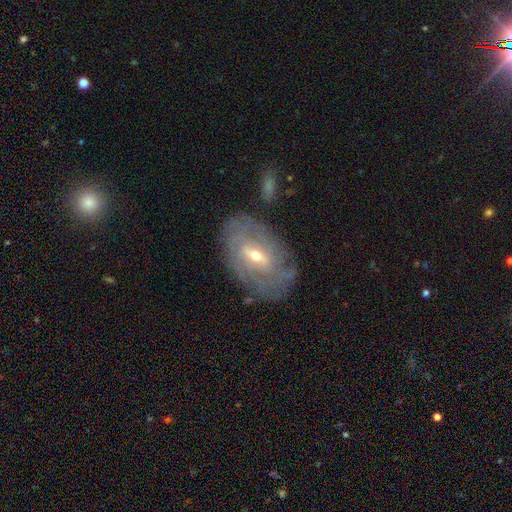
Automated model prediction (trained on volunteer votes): Smooth or featured: featured or disk — 84% (smooth — 10%)
Edge-on disk: no — 94% (yes — 6%)
Bar: weak — 53% (strong — 29%)
Spiral arms: yes — 90% (no — 10%)
Spiral winding: tight — 72% (medium — 21%)
Spiral arm count: can't tell — 49% (2 — 15%)
Bulge size: small — 50% (moderate — 46%)
Merging: none — 76% (minor disturbance — 16%)